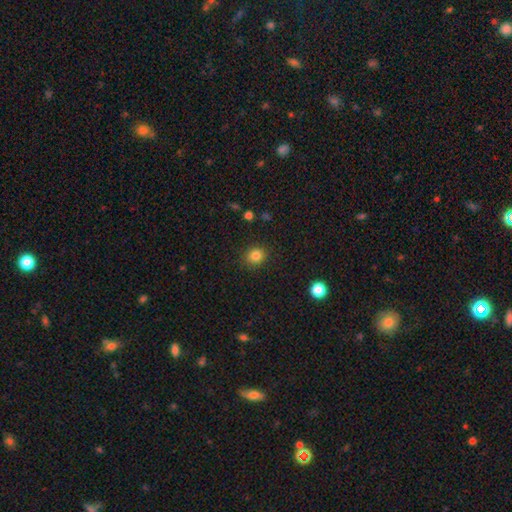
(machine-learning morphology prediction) The model was most divided on "how rounded": round: 78%, in between: 21%, cigar-shaped: 1%. More confident: merging — none (88%); smooth or featured — smooth (83%).